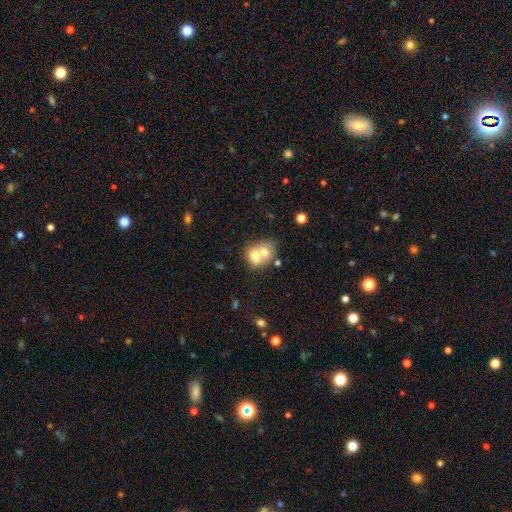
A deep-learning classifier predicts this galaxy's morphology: Smooth or featured: smooth — 65% (featured or disk — 26%)
How rounded: round — 56% (in between — 43%)
Merging: merger — 73% (none — 19%)